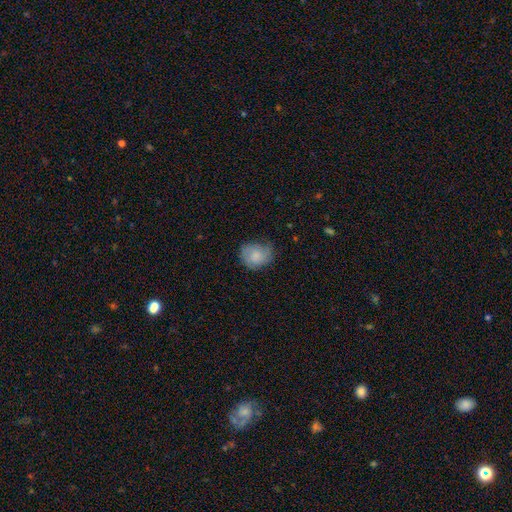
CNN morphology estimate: This is likely a smooth galaxy (77%). How rounded: likely round (62%). Merging: possibly none (59%).